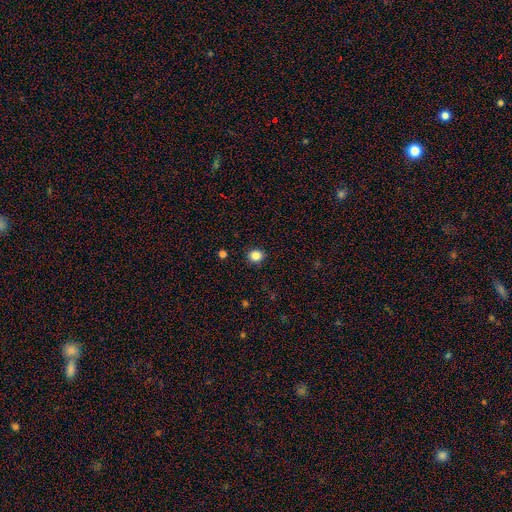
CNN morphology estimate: Smooth or featured?
  - smooth: 84% *
  - star or artifact: 11%
  - featured or disk: 4%
How rounded?
  - round: 80% *
  - in between: 19%
  - cigar-shaped: 1%
Merging?
  - none: 91% *
  - minor disturbance: 6%
  - major disturbance: 2%
  - merger: 1%